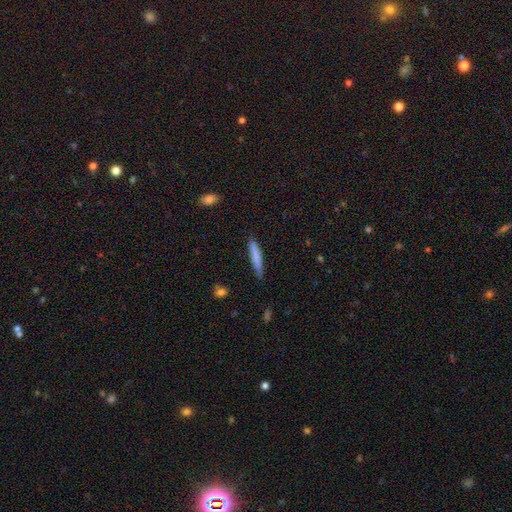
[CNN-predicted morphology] This appears to be a smooth galaxy with no disk features (76%) that is cigar-shaped (94%). Merging: none (82%).